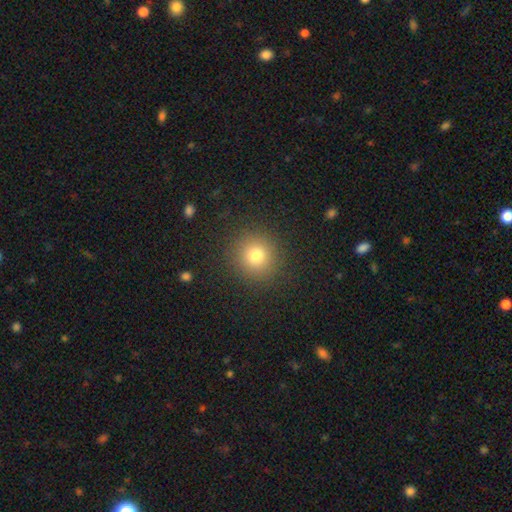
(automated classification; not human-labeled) A smooth galaxy with no disk features (77%) that is round (92%). Merging: none (90%).